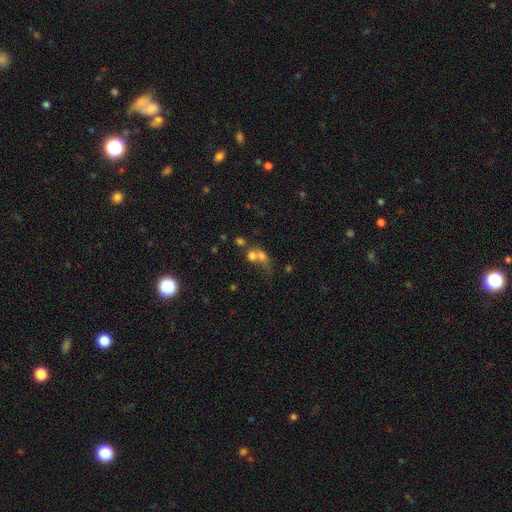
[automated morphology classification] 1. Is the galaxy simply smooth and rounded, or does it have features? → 62% smooth, 23% featured or disk, 15% star or artifact.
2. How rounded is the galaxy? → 62% round, 35% in between, 3% cigar-shaped.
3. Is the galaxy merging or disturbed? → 66% merger, 20% none, 8% major disturbance, 6% minor disturbance.